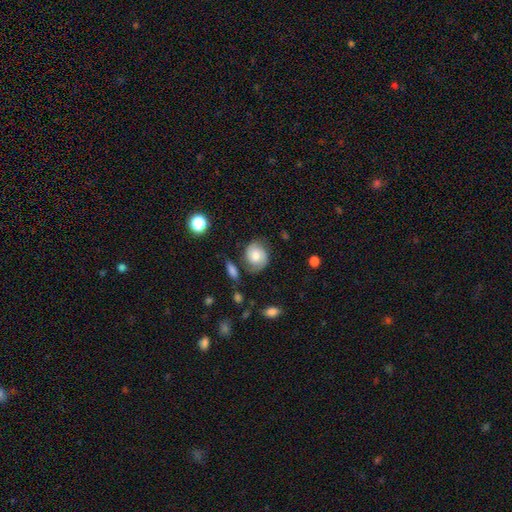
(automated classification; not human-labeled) Smooth or featured? Predicted: smooth (p=0.51). How rounded? Predicted: round (p=0.65). Merging? Predicted: none (p=0.66).